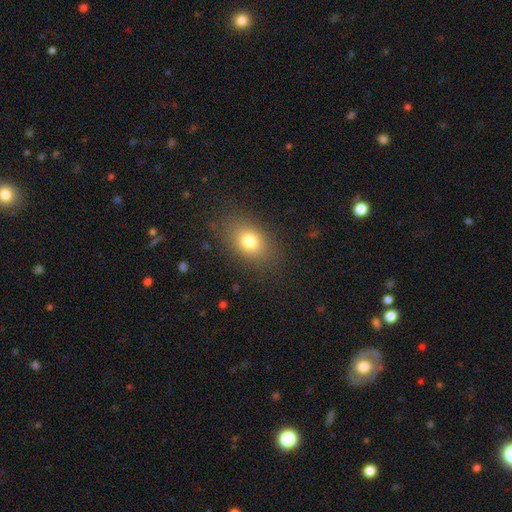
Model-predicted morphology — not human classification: smooth 72%, star or artifact 18%, featured or disk 10%. Down the decision tree: how rounded — in between (71%); merging — none (88%).